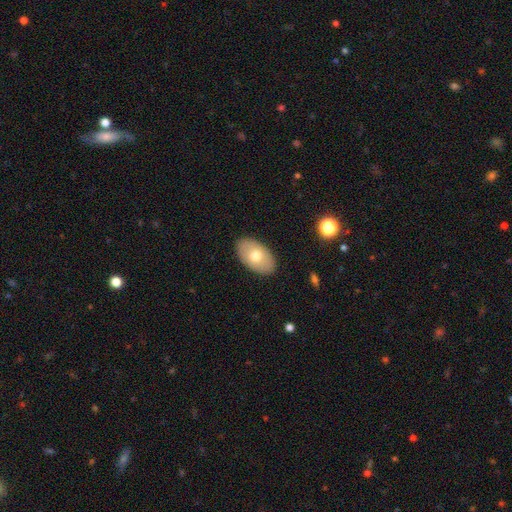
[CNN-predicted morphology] type=smooth (68%); roundness=in between (93%); merging=none (89%).